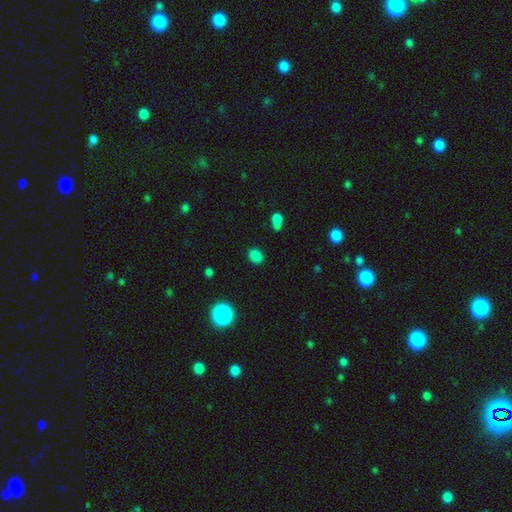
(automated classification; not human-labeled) smooth-or-featured: smooth: 81% | star or artifact: 14% | featured or disk: 4%
  how-rounded: in between: 62% | round: 37% | cigar-shaped: 1%
  merging: none: 82% | minor disturbance: 11% | merger: 4% | major disturbance: 3%